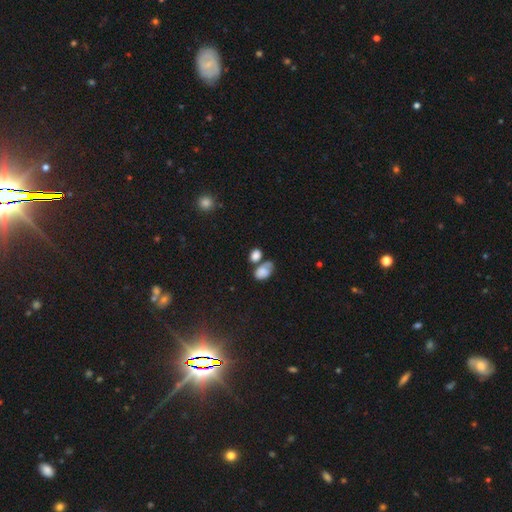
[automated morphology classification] Overall: smooth (79%). How rounded: in between (70%). Merging: merger (42%; none 37%).